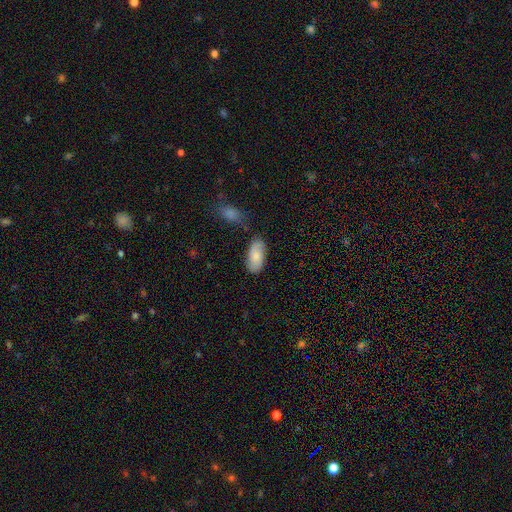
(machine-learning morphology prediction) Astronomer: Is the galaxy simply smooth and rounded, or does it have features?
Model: smooth — 77%.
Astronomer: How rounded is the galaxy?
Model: in between — 93%.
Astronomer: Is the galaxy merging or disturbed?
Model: none — 72%.